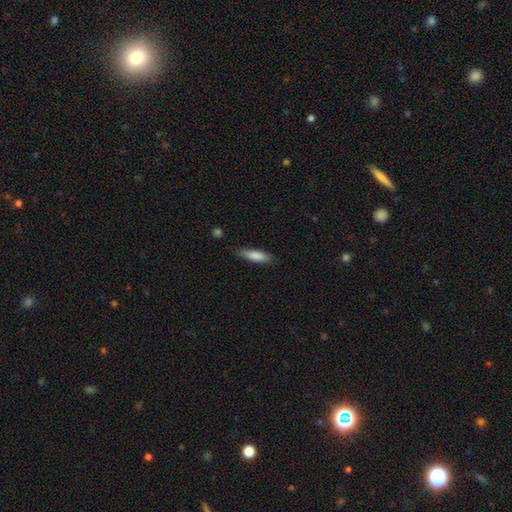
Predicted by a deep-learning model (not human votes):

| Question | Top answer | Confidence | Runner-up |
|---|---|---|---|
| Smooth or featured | smooth | 82% | featured or disk (12%) |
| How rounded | cigar-shaped | 64% | in between (34%) |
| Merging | none | 81% | minor disturbance (15%) |